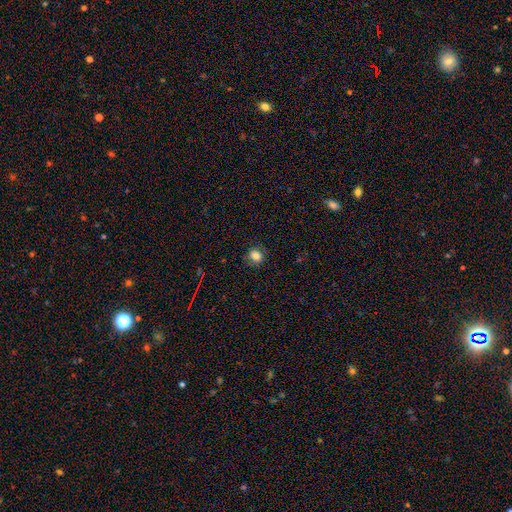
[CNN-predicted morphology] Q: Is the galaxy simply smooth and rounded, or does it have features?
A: smooth — 83%.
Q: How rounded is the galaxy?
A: round — 68%.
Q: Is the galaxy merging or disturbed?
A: none — 83%.